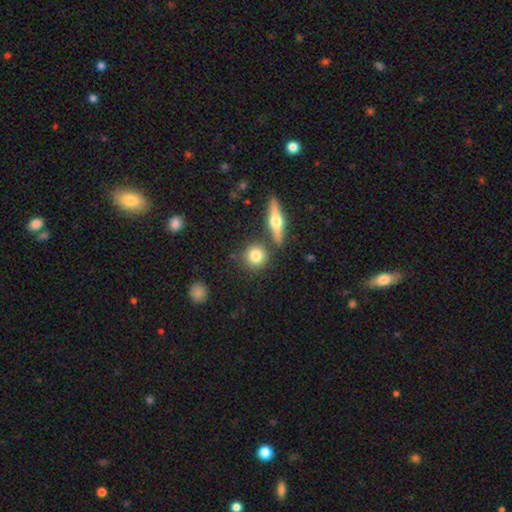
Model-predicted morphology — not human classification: Q: Smooth or featured?
A: smooth (75%); runner-up: featured or disk (17%)
Q: How rounded?
A: round (88%); runner-up: in between (10%)
Q: Merging?
A: none (77%); runner-up: merger (11%)